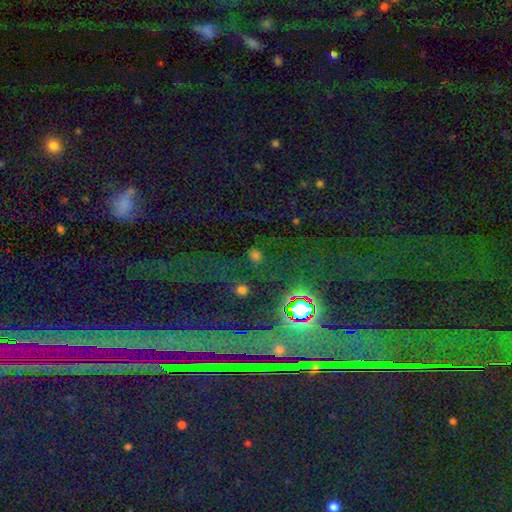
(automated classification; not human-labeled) star or artifact 47%, smooth 43%, featured or disk 9%.